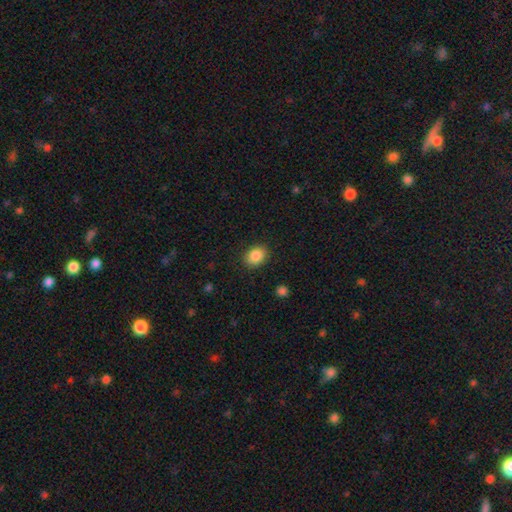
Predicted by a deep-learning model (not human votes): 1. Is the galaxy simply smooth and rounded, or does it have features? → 87% smooth, 8% star or artifact, 5% featured or disk.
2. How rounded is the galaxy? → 59% in between, 40% round, 1% cigar-shaped.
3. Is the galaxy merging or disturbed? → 88% none, 8% minor disturbance, 3% major disturbance, 1% merger.